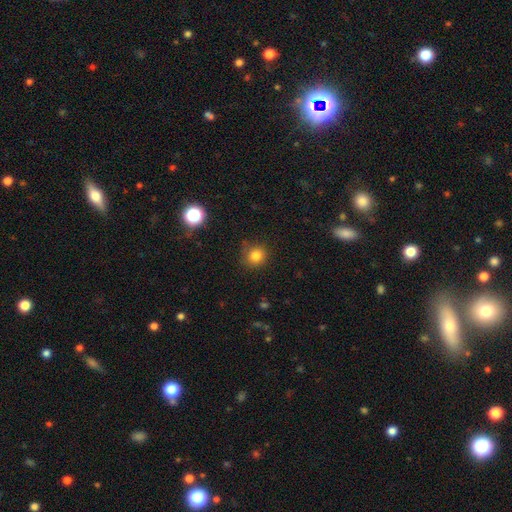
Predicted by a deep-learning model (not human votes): The model was most divided on "merging": none: 82%, minor disturbance: 13%, major disturbance: 3%, merger: 2%. More confident: how rounded — round (89%); smooth or featured — smooth (82%).